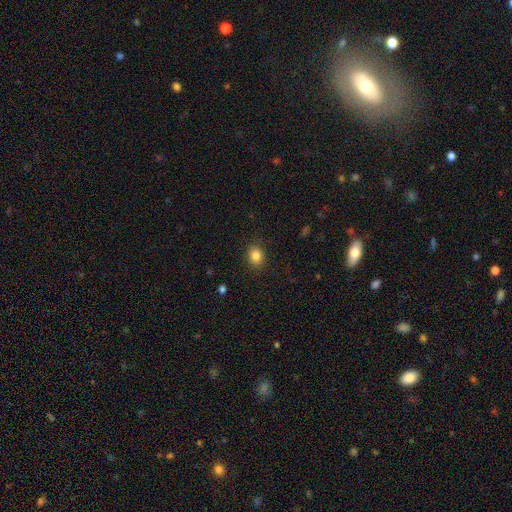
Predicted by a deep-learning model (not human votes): Morphology: type=smooth (85%); roundness=round (51%); merging=none (87%).